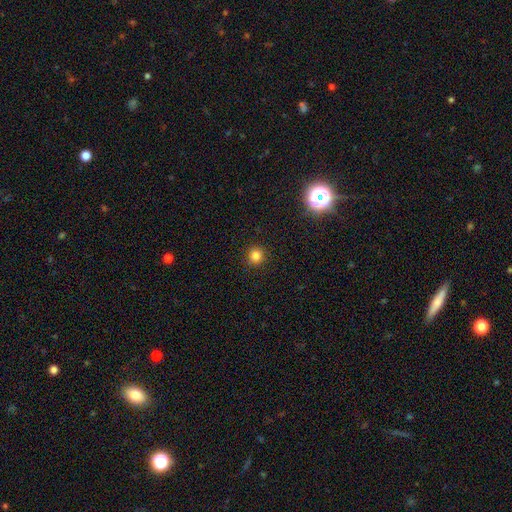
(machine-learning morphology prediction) This is clearly a smooth galaxy (82%). How rounded: clearly round (93%). Merging: clearly none (91%).